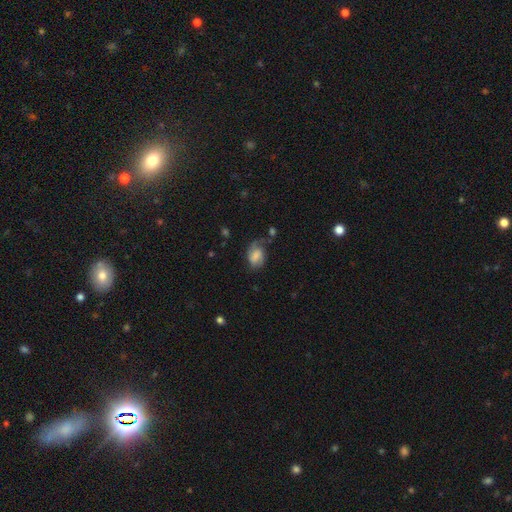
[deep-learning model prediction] This is possibly a smooth galaxy (50%). How rounded: likely in between (79%). Merging: marginally none (45%).